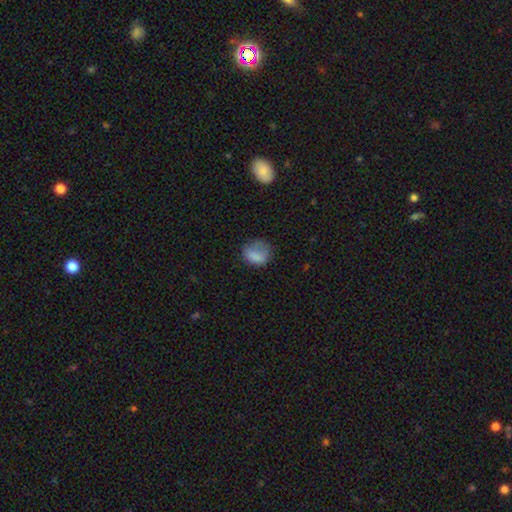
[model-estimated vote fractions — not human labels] The model was most divided on "how rounded": round: 58%, in between: 41%, cigar-shaped: 1%. Remaining: smooth or featured — smooth (79%); merging — none (49%).